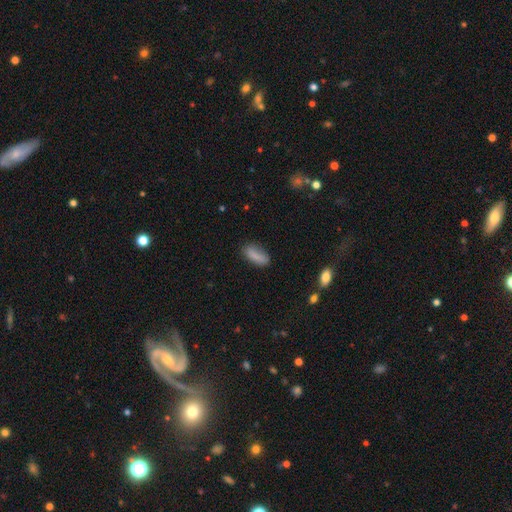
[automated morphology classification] Overall: smooth (84%). How rounded: in between (76%). Merging: none (70%).